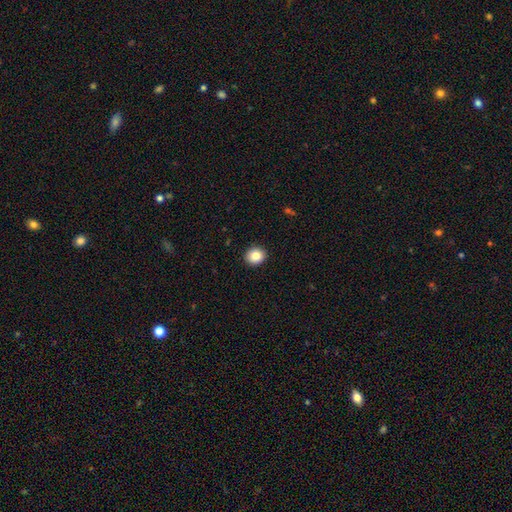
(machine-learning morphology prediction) Q: Smooth or featured?
A: smooth (85%); runner-up: star or artifact (9%)
Q: How rounded?
A: round (77%); runner-up: in between (22%)
Q: Merging?
A: none (92%); runner-up: minor disturbance (6%)